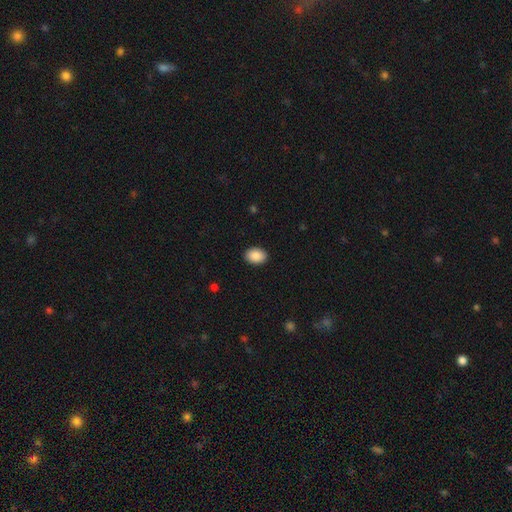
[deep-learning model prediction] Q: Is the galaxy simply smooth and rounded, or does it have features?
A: smooth — 90%.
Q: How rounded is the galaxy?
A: in between — 78%.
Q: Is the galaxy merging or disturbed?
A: none — 91%.